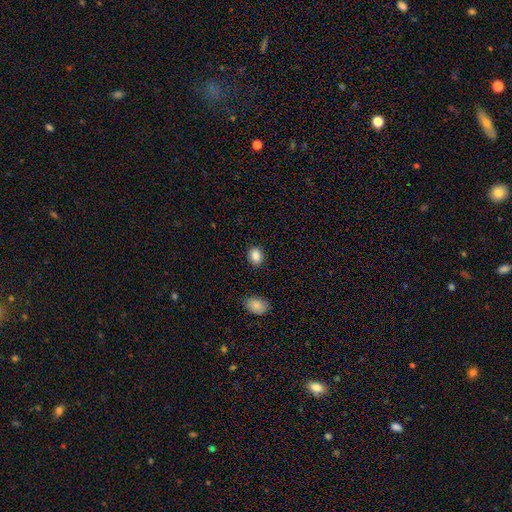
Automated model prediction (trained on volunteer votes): Q: Smooth or featured?
A: smooth (87%); runner-up: star or artifact (9%)
Q: How rounded?
A: round (57%); runner-up: in between (42%)
Q: Merging?
A: none (88%); runner-up: minor disturbance (8%)